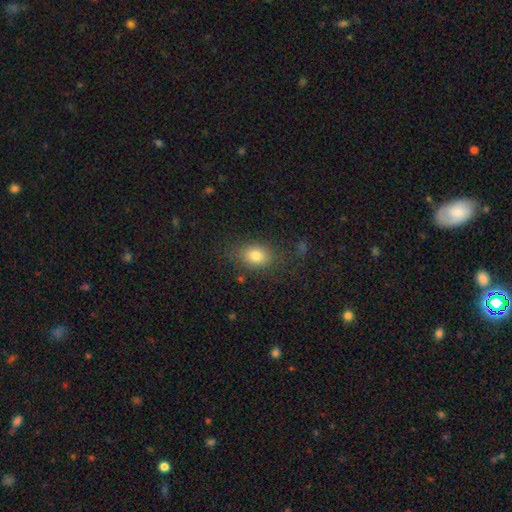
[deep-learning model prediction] Smooth or featured: smooth — 82% (star or artifact — 10%)
How rounded: in between — 72% (round — 26%)
Merging: none — 77% (minor disturbance — 15%)